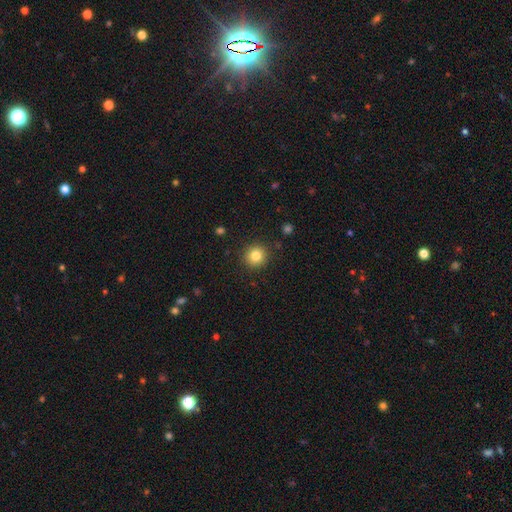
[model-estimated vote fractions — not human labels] Smooth or featured?
  - smooth: 81% *
  - star or artifact: 11%
  - featured or disk: 7%
How rounded?
  - round: 93% *
  - in between: 6%
  - cigar-shaped: 1%
Merging?
  - none: 90% *
  - minor disturbance: 6%
  - major disturbance: 2%
  - merger: 1%